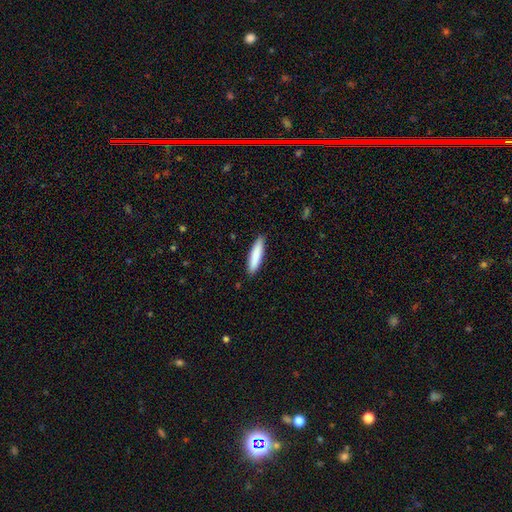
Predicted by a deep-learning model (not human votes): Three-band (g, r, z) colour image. It shows a smooth galaxy with no disk features (86%) that is cigar-shaped (77%). Merging: none (89%).